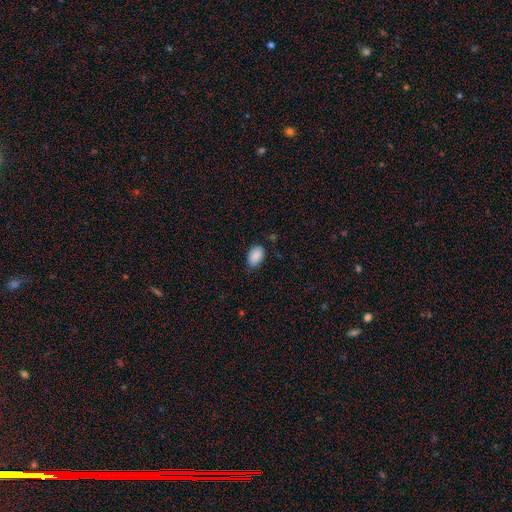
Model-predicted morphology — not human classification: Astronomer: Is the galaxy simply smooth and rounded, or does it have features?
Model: smooth — 89%.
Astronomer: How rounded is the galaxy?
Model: in between — 89%.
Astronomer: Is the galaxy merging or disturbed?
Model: none — 75%.